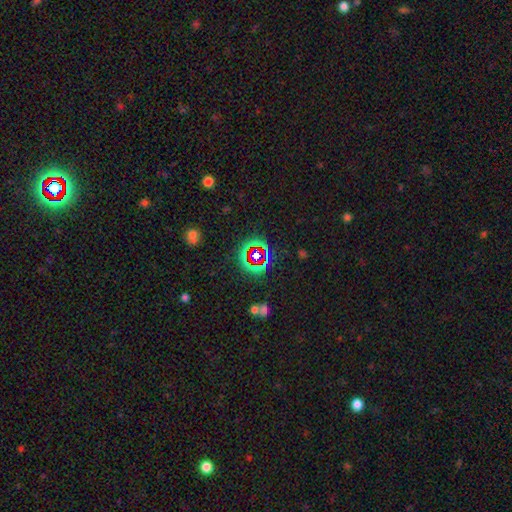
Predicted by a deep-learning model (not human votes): Q: Smooth or featured?
A: star or artifact (72%); runner-up: smooth (17%)